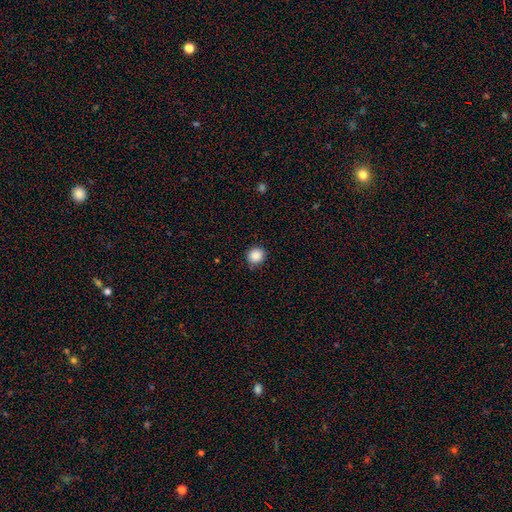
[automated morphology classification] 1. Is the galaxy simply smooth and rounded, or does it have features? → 88% smooth, 10% star or artifact, 3% featured or disk.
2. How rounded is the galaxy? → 92% round, 8% in between, 1% cigar-shaped.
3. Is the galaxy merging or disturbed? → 87% none, 10% minor disturbance, 2% major disturbance, 1% merger.